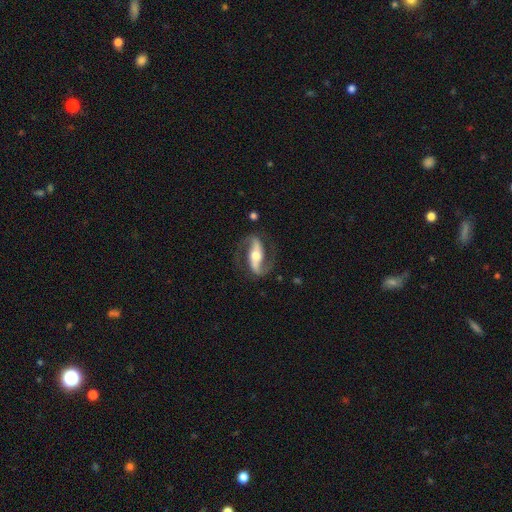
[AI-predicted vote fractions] Smooth or featured?
  - featured or disk: 88% *
  - smooth: 7%
  - star or artifact: 5%
Edge-on disk?
  - no: 93% *
  - yes: 7%
Bar?
  - strong: 59% *
  - weak: 22%
  - no: 19%
Spiral arms?
  - yes: 96% *
  - no: 4%
Spiral winding?
  - medium: 49% *
  - loose: 35%
  - tight: 15%
Spiral arm count?
  - 2: 93% *
  - 1: 2%
  - can't tell: 2%
  - 3: 1%
  - 4: 1%
  - more than 4: 1%
Bulge size?
  - moderate: 61% *
  - small: 21%
  - large: 14%
  - dominant: 2%
  - none: 2%
Merging?
  - none: 78% *
  - minor disturbance: 12%
  - major disturbance: 8%
  - merger: 1%